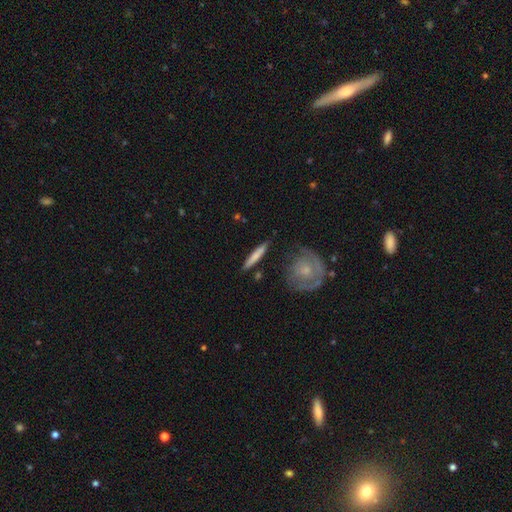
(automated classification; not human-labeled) Overall: smooth (66%; featured or disk 29%). How rounded: cigar-shaped (91%). Merging: none (85%).